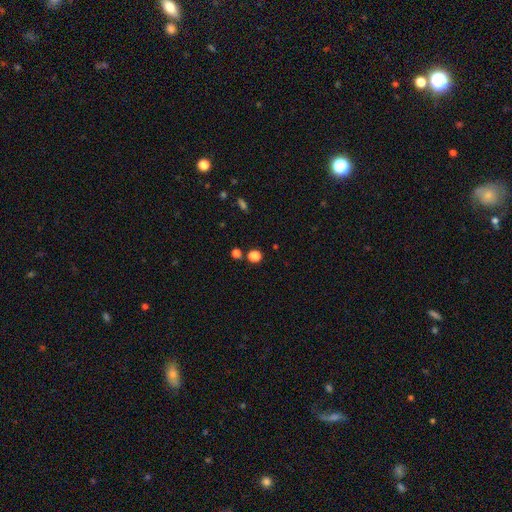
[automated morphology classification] Q: Smooth or featured?
A: smooth (75%); runner-up: star or artifact (21%)
Q: How rounded?
A: round (66%); runner-up: in between (33%)
Q: Merging?
A: none (80%); runner-up: minor disturbance (9%)